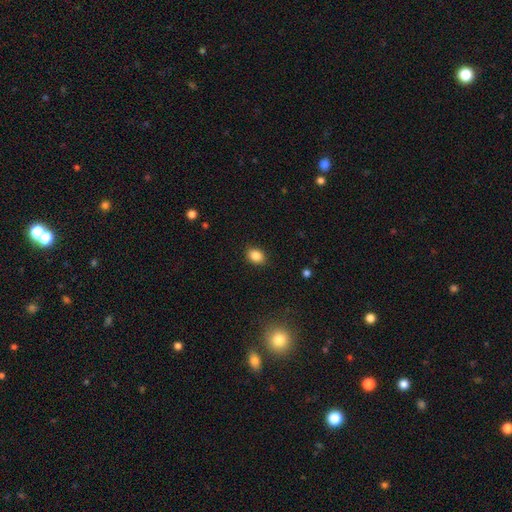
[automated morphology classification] type=smooth (87%); roundness=in between (64%); merging=none (88%).